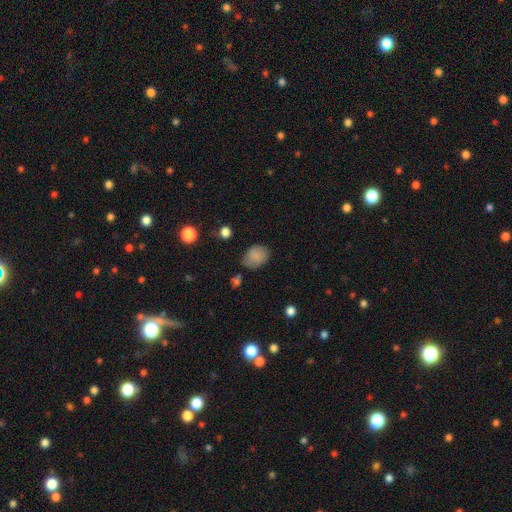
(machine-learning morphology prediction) type=smooth (84%); roundness=in between (71%); merging=none (66%).